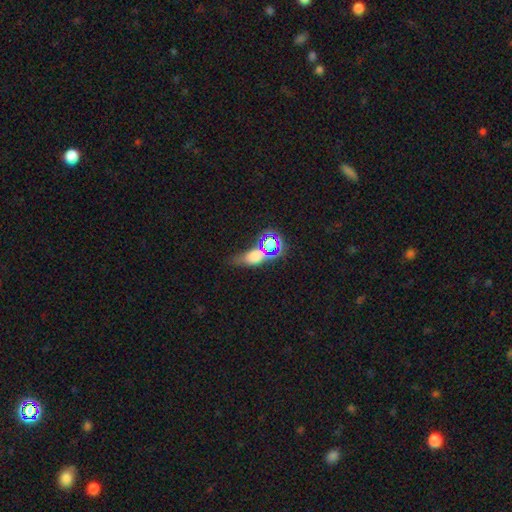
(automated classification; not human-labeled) Q: Smooth or featured?
A: smooth (53%); runner-up: star or artifact (29%)
Q: How rounded?
A: in between (59%); runner-up: round (25%)
Q: Merging?
A: none (55%); runner-up: minor disturbance (19%)